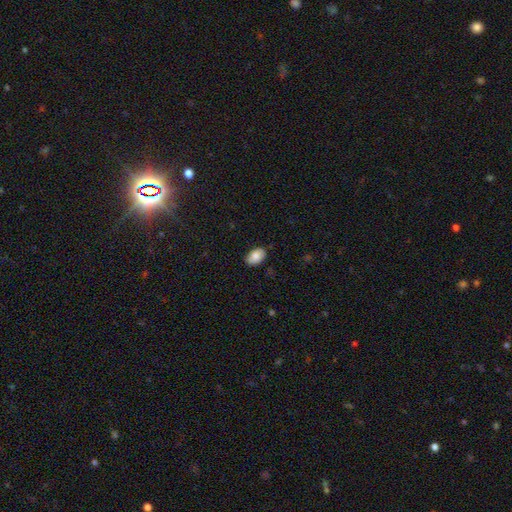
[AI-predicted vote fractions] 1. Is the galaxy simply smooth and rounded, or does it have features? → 81% smooth, 12% featured or disk, 7% star or artifact.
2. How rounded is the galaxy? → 90% in between, 9% round, 1% cigar-shaped.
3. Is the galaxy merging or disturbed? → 84% none, 13% minor disturbance, 2% major disturbance, 1% merger.